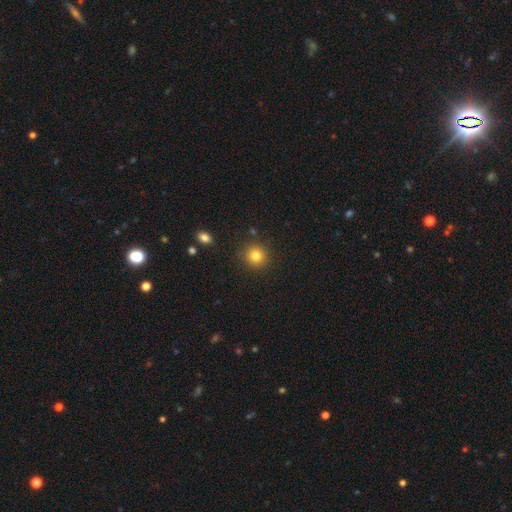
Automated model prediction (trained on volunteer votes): smooth-or-featured: smooth: 81% | star or artifact: 12% | featured or disk: 6%
  how-rounded: round: 93% | in between: 6% | cigar-shaped: 1%
  merging: none: 88% | minor disturbance: 7% | major disturbance: 2% | merger: 2%